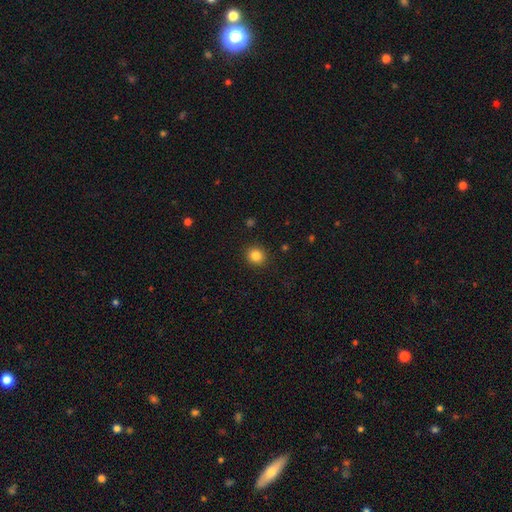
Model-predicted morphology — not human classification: Q: Smooth or featured?
A: smooth (84%); runner-up: star or artifact (11%)
Q: How rounded?
A: round (88%); runner-up: in between (11%)
Q: Merging?
A: none (91%); runner-up: minor disturbance (5%)